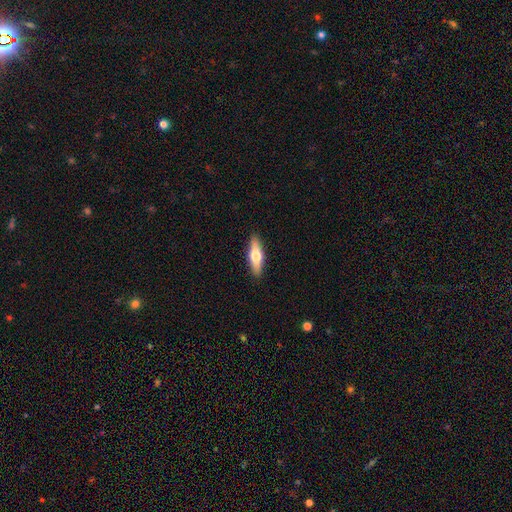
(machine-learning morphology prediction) Smooth or featured? Predicted: smooth (p=0.54). How rounded? Predicted: cigar-shaped (p=0.51). Merging? Predicted: none (p=0.90).